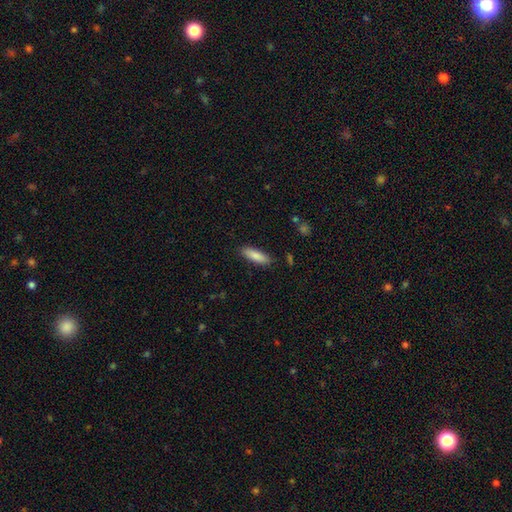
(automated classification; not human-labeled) This is clearly a smooth galaxy (86%). How rounded: possibly cigar-shaped (50%). Merging: clearly none (87%).